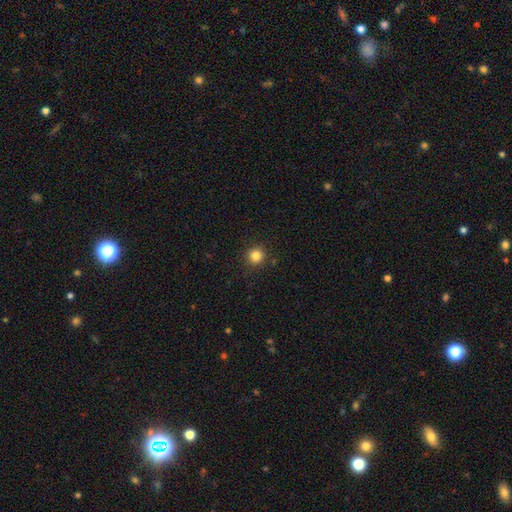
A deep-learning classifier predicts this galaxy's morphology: A smooth galaxy with no disk features (84%) that is round (94%). Merging: none (91%).